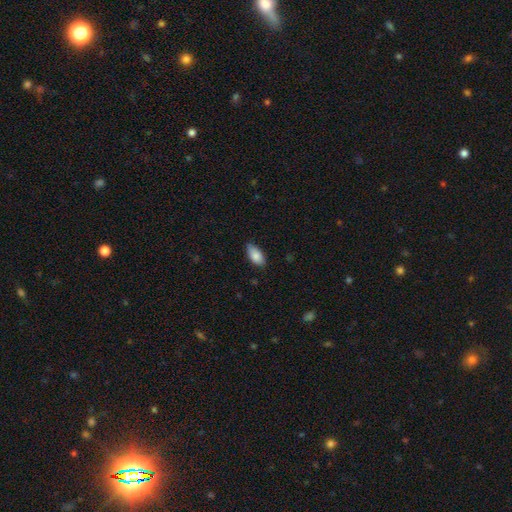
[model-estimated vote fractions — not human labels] Morphology: type=smooth (86%); roundness=in between (91%); merging=none (75%).